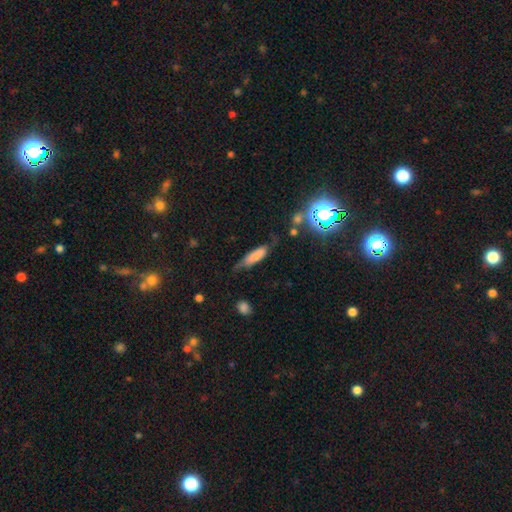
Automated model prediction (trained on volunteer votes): A smooth galaxy with no disk features (70%) that is cigar-shaped (61%). Merging: none (44%).